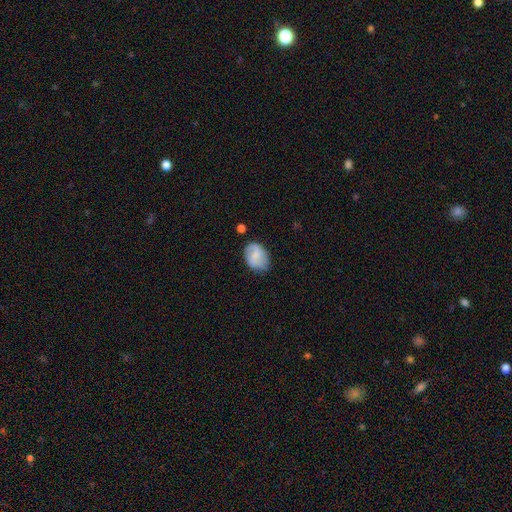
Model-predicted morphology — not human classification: This appears to be a smooth galaxy with no disk features (65%) that is in between round and cigar-shaped (75%). Merging: none (68%).